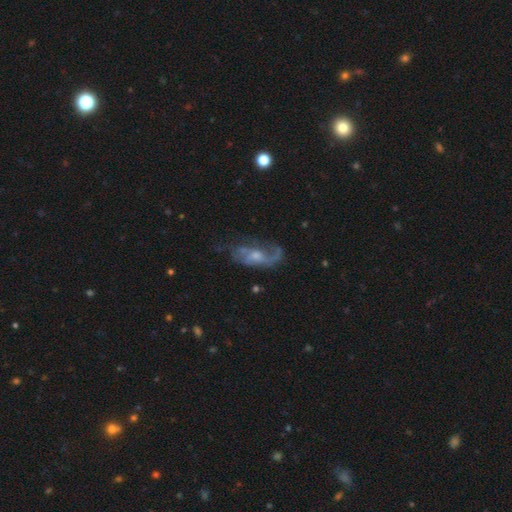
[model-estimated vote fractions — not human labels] smooth-or-featured: featured or disk: 75% | smooth: 16% | star or artifact: 9%
  disk-edge-on: no: 93% | yes: 7%
    bar: no: 63% | weak: 32% | strong: 6%
    has-spiral-arms: yes: 88% | no: 12%
      spiral-winding: loose: 50% | medium: 35% | tight: 14%
      spiral-arm-count: 2: 56% | 1: 22% | can't tell: 14% | 3: 4% | 4: 2% | more than 4: 2%
    bulge-size: moderate: 45% | small: 44% | none: 6% | large: 4% | dominant: 1%
  merging: none: 55% | minor disturbance: 21% | major disturbance: 20% | merger: 3%